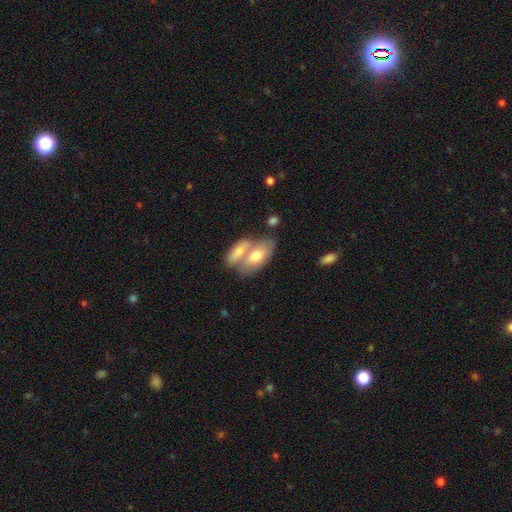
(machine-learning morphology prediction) Smooth or featured: smooth — 66% (featured or disk — 29%)
How rounded: in between — 88% (cigar-shaped — 8%)
Merging: merger — 58% (none — 29%)